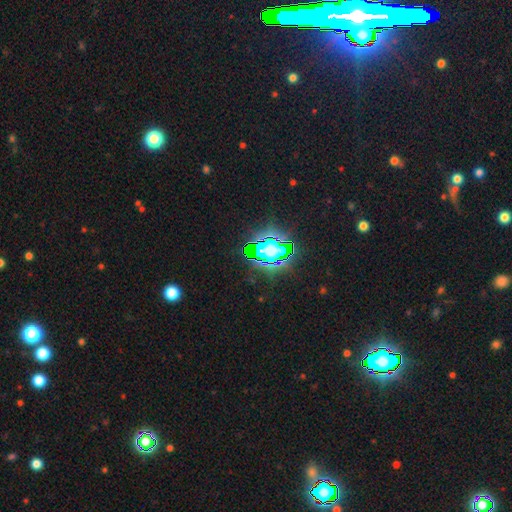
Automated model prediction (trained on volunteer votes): A star or artifact, not a galaxy (81%).